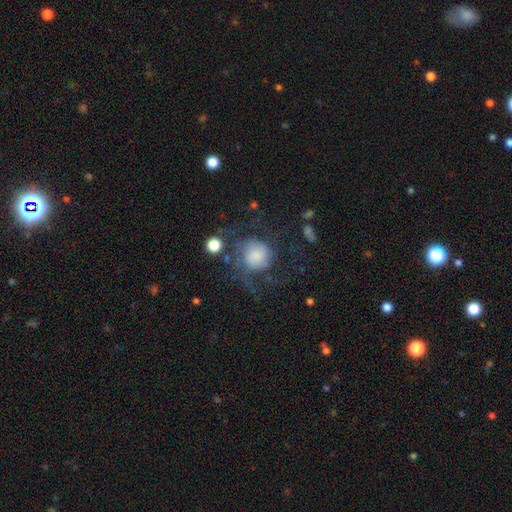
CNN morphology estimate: Smooth or featured?
  - featured or disk: 45% *
  - smooth: 44%
  - star or artifact: 11%
Merging?
  - none: 43% *
  - major disturbance: 34%
  - minor disturbance: 19%
  - merger: 4%